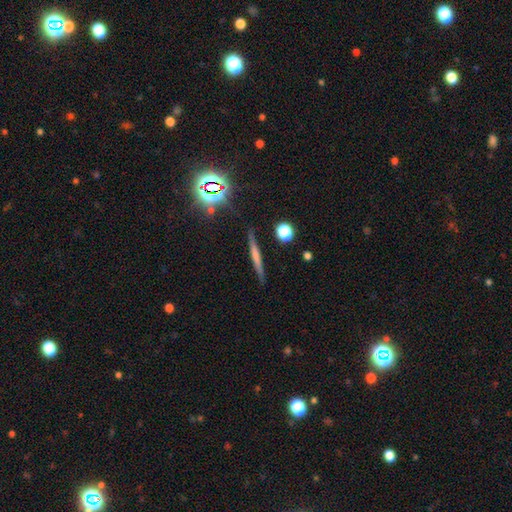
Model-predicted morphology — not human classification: Smooth or featured? smooth (46%)
Merging? none (87%)